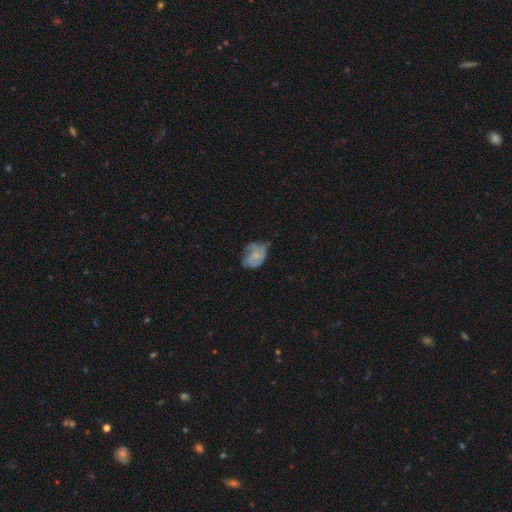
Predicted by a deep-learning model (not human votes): A featured or disk galaxy (57%) with no bar (72%), spiral arms (77%) and a small central bulge (56%). Merging: none (50%).